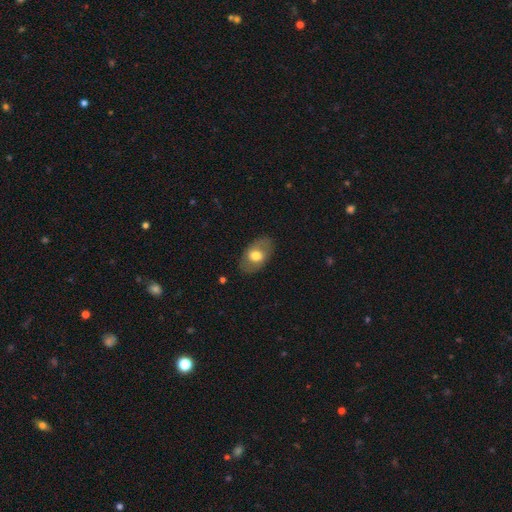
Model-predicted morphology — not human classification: type=smooth (61%); roundness=in between (88%); merging=none (83%).